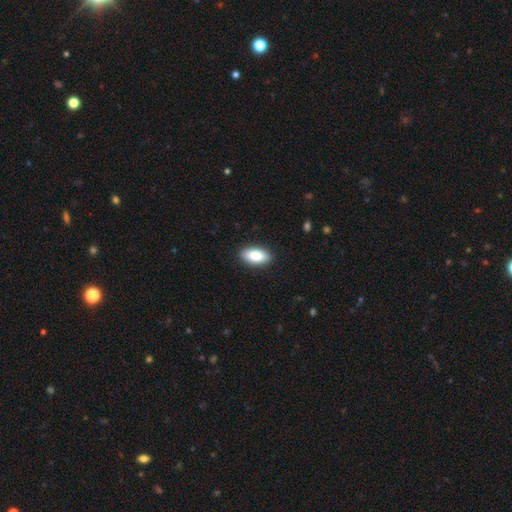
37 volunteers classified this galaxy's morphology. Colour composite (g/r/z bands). It shows a smooth galaxy with no disk features (89%) that is in between round and cigar-shaped (94%). Merging: none (100%).